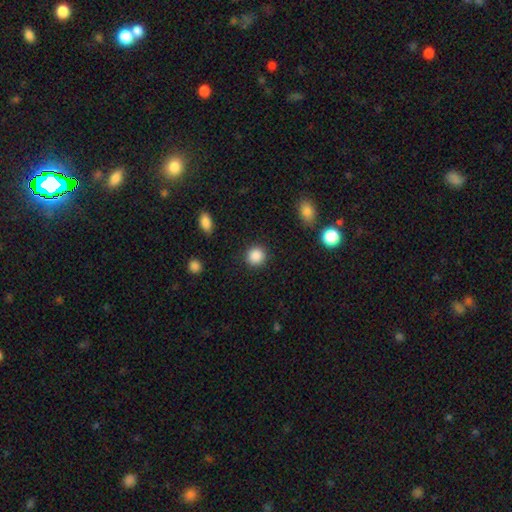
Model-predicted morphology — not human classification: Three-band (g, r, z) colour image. It shows a smooth galaxy with no disk features (88%) that is round (90%). Merging: none (90%).